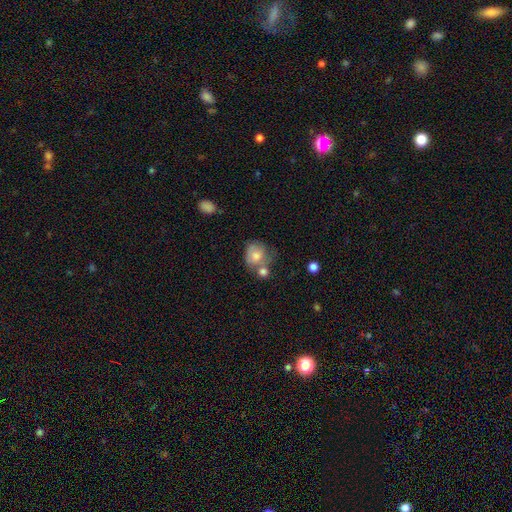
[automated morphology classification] Overall: smooth (72%). How rounded: round (68%; in between 31%). Merging: none (39%; merger 29%).